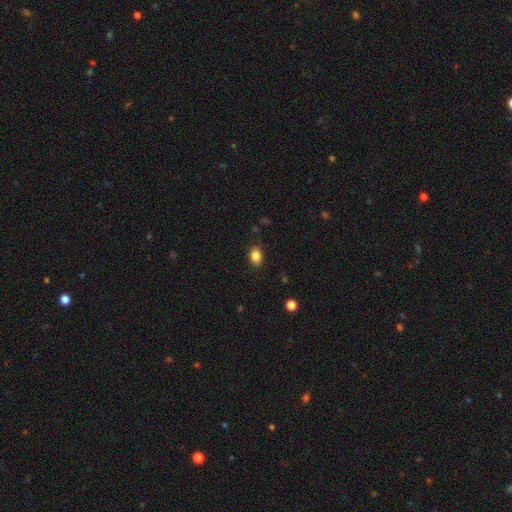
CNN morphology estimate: Smooth or featured: smooth — 85% (star or artifact — 10%)
How rounded: in between — 69% (round — 30%)
Merging: none — 86% (minor disturbance — 11%)